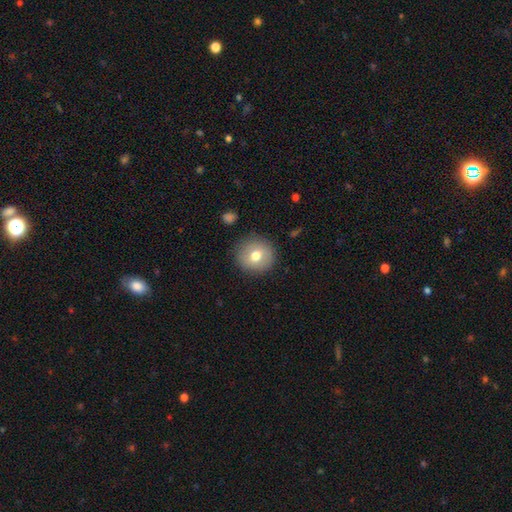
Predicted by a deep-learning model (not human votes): This is likely a smooth galaxy (72%). How rounded: clearly round (93%). Merging: clearly none (88%).